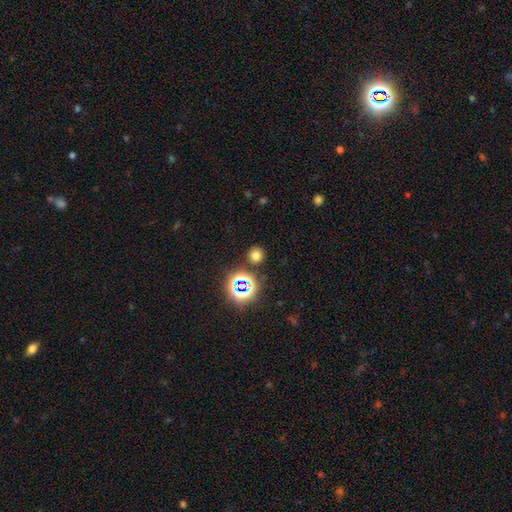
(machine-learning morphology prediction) Smooth or featured: smooth — 69% (star or artifact — 25%)
How rounded: round — 91% (in between — 8%)
Merging: none — 86% (minor disturbance — 6%)